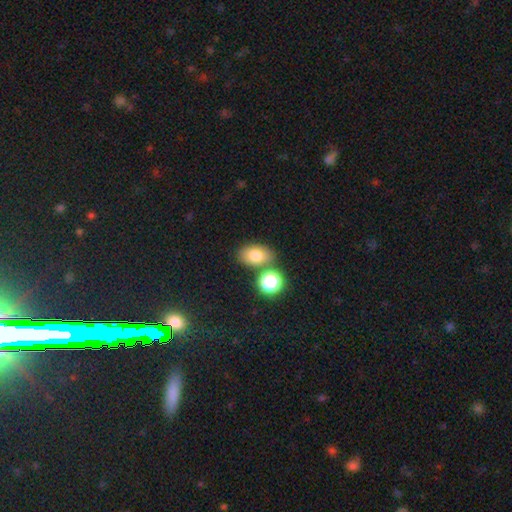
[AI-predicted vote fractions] Smooth or featured? smooth (77%)
How rounded? in between (81%)
Merging? none (72%)